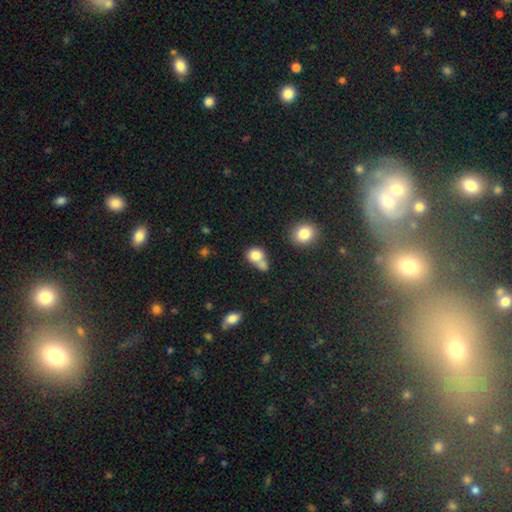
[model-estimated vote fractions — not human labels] Overall: smooth (79%). How rounded: round (58%; in between 40%). Merging: merger (52%; none 29%).